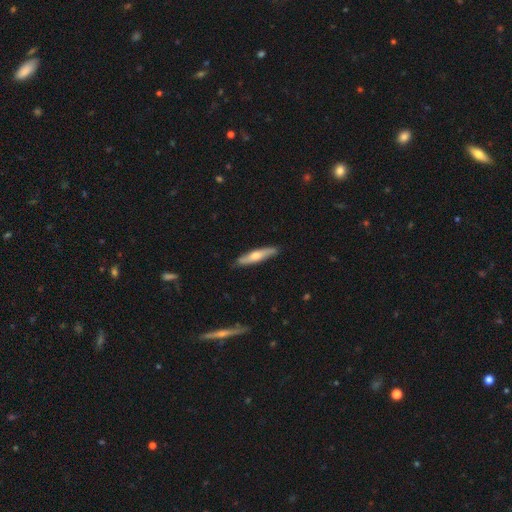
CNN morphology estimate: Smooth or featured: smooth — 52% (featured or disk — 43%)
How rounded: cigar-shaped — 86% (in between — 13%)
Merging: none — 85% (minor disturbance — 12%)